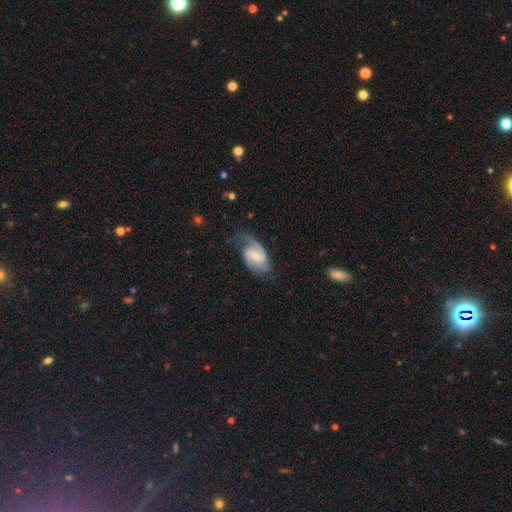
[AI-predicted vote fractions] A featured or disk galaxy (84%) with a weak bar (52%), 2 (81%) medium (51%) spiral arms (97%) and a small central bulge (52%). Merging: none (63%).